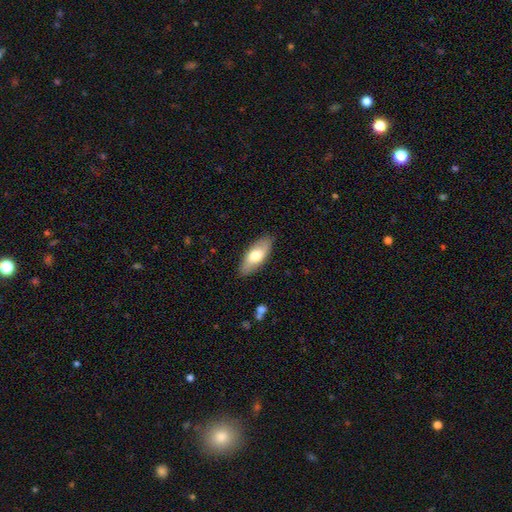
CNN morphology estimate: Overall: smooth (67%; featured or disk 28%). How rounded: in between (83%). Merging: none (86%).